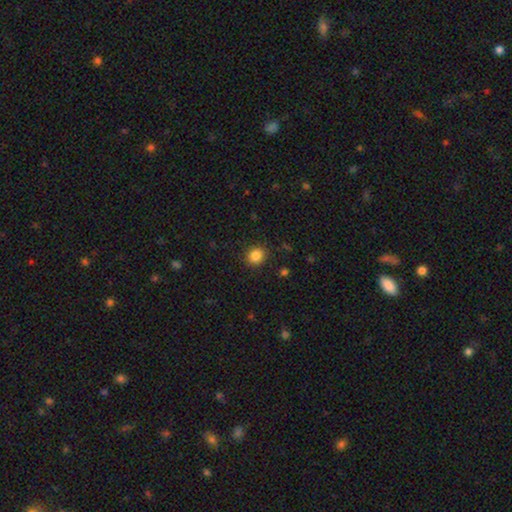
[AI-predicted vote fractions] Q: Smooth or featured?
A: smooth (85%); runner-up: star or artifact (11%)
Q: How rounded?
A: round (78%); runner-up: in between (21%)
Q: Merging?
A: none (88%); runner-up: minor disturbance (9%)